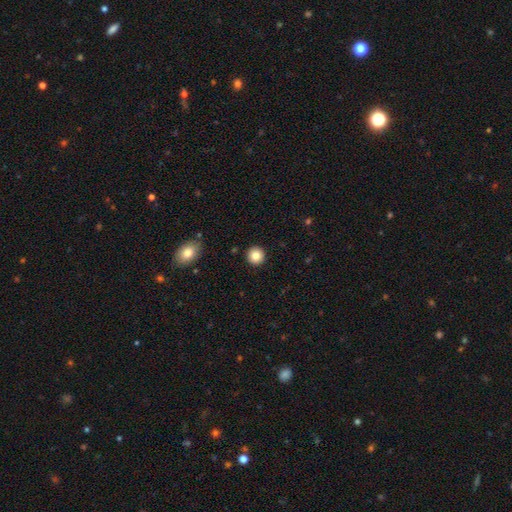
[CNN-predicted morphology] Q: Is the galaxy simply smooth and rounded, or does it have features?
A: smooth — 84%.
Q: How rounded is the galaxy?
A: round — 94%.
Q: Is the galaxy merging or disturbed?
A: none — 92%.